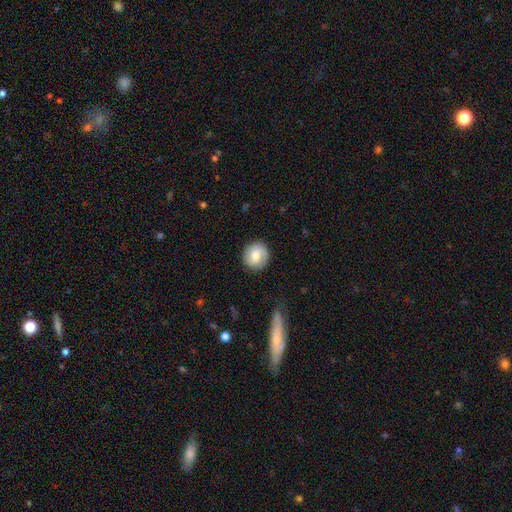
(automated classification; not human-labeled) Smooth or featured? Predicted: smooth (p=0.68). How rounded? Predicted: round (p=0.88). Merging? Predicted: none (p=0.86).